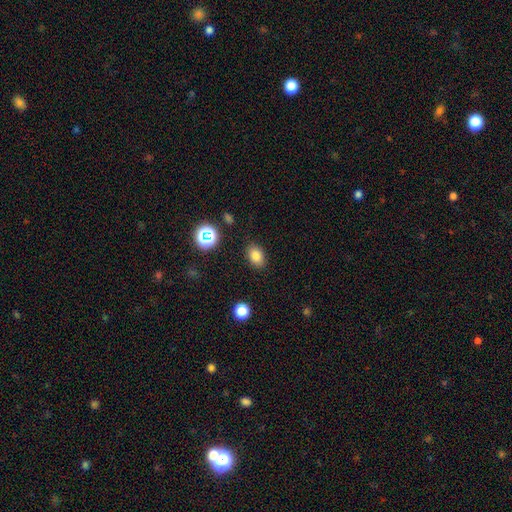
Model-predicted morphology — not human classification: This is clearly a smooth galaxy (81%). How rounded: likely in between (77%). Merging: clearly none (86%).